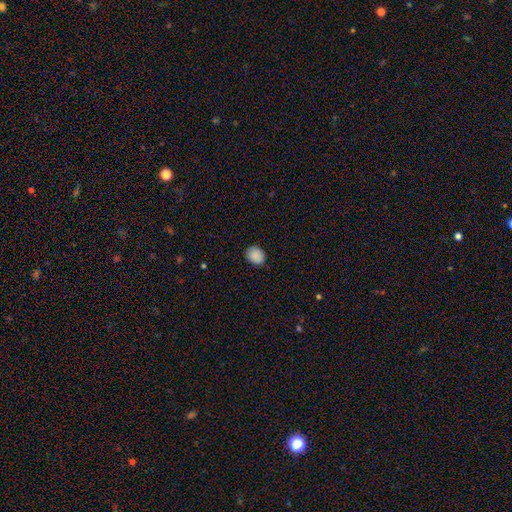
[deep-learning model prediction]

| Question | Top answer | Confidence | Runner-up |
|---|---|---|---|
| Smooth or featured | smooth | 89% | star or artifact (8%) |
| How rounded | round | 54% | in between (45%) |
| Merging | none | 87% | minor disturbance (10%) |